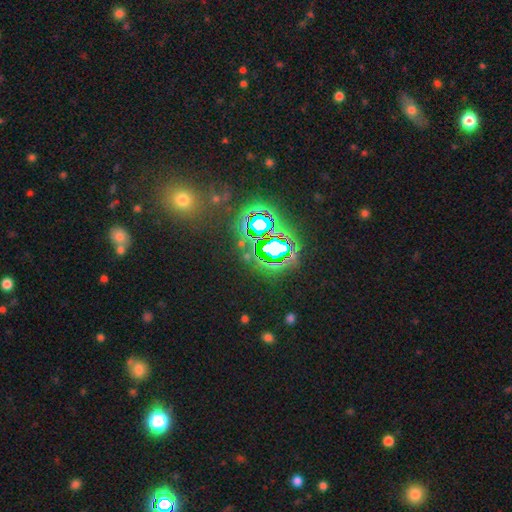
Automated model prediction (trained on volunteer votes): Smooth or featured: star or artifact — 78% (smooth — 15%)